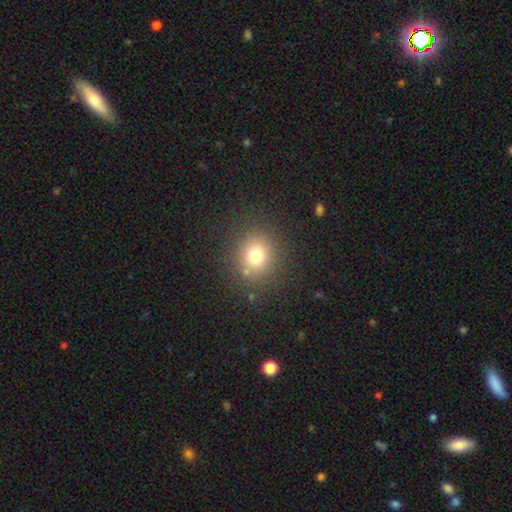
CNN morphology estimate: type=smooth (74%); roundness=round (81%); merging=none (84%).